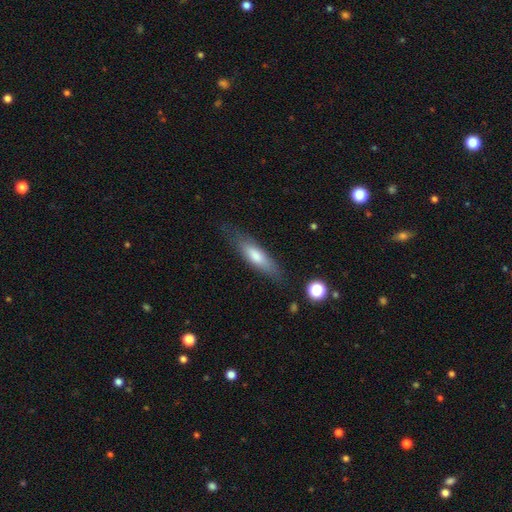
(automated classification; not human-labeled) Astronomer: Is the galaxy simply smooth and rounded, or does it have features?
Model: smooth — 66%.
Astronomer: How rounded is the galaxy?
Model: cigar-shaped — 65%.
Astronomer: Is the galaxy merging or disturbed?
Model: none — 75%.